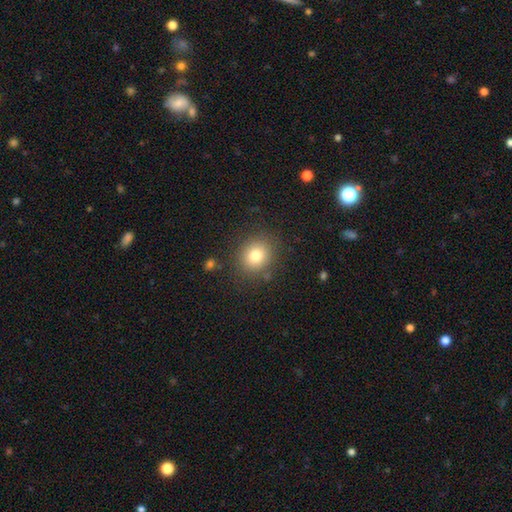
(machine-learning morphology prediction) This is likely a smooth galaxy (79%). How rounded: likely round (76%). Merging: clearly none (84%).